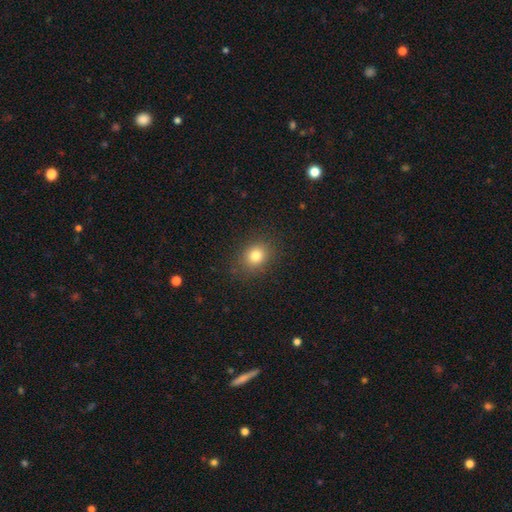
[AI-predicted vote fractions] smooth_or_featured: smooth (p=0.80) [alt: star or artifact p=0.13]
how_rounded: round (p=0.65) [alt: in between p=0.34]
merging: none (p=0.85) [alt: minor disturbance p=0.10]